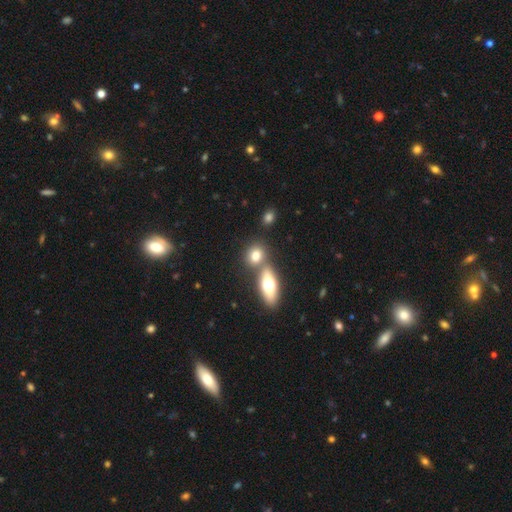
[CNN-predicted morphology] smooth-or-featured: smooth: 76% | featured or disk: 15% | star or artifact: 9%
  how-rounded: in between: 49% | round: 45% | cigar-shaped: 6%
  merging: none: 51% | merger: 36% | minor disturbance: 9% | major disturbance: 3%